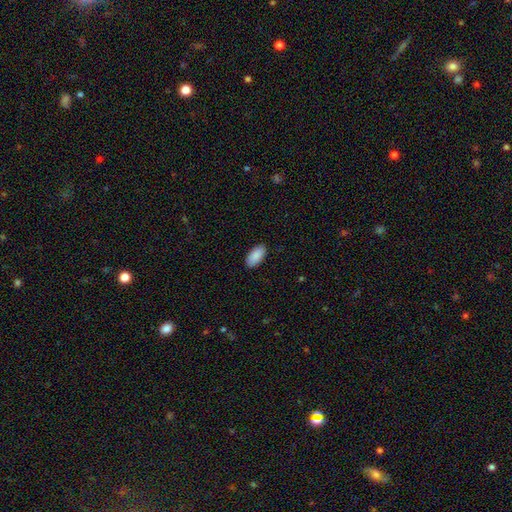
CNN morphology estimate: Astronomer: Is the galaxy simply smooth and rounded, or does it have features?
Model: smooth — 90%.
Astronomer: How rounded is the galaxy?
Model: in between — 94%.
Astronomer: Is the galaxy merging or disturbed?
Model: none — 89%.